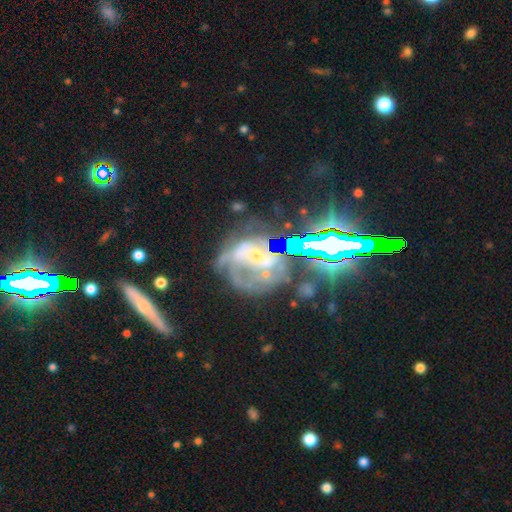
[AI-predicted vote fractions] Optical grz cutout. It shows a featured or disk galaxy (59%) with no bar (67%), spiral arms (61%) and a small central bulge (54%). Merging: major disturbance (36%).